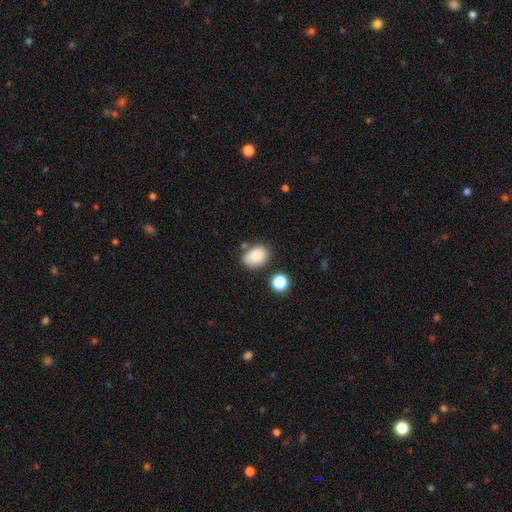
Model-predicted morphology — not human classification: Smooth or featured? smooth (85%)
How rounded? in between (80%)
Merging? none (68%)